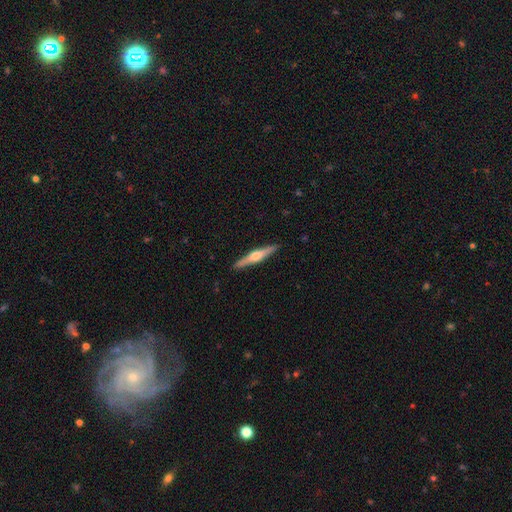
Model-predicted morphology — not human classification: A featured or disk galaxy (63%) viewed edge-on (97%) with a rounded central bulge (88%). Merging: none (91%).